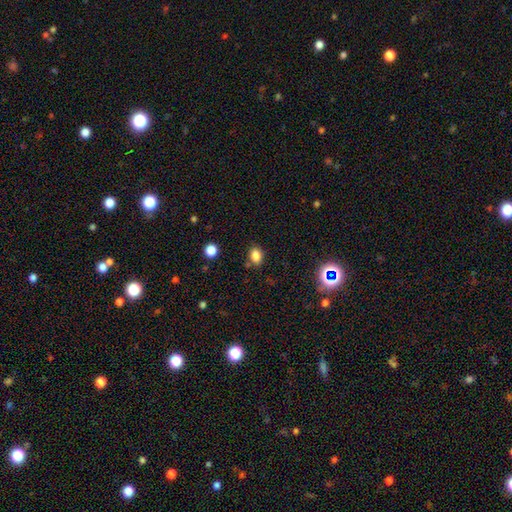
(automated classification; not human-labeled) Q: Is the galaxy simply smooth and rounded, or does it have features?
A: smooth — 82%.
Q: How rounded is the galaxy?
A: in between — 66%.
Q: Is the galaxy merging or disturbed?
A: none — 77%.